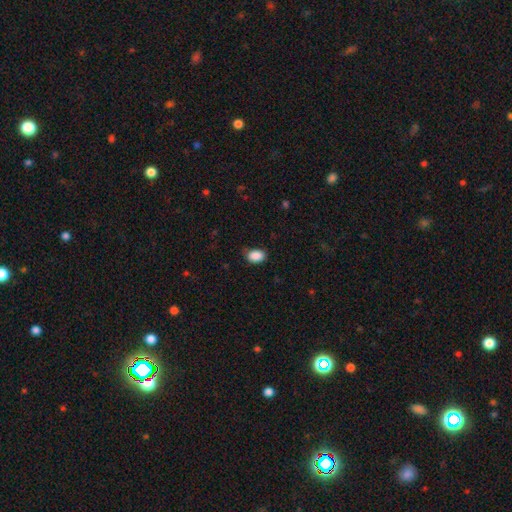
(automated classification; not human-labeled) Smooth or featured?
  - smooth: 89% *
  - star or artifact: 8%
  - featured or disk: 3%
How rounded?
  - in between: 83% *
  - round: 16%
  - cigar-shaped: 1%
Merging?
  - none: 76% *
  - minor disturbance: 19%
  - major disturbance: 4%
  - merger: 1%